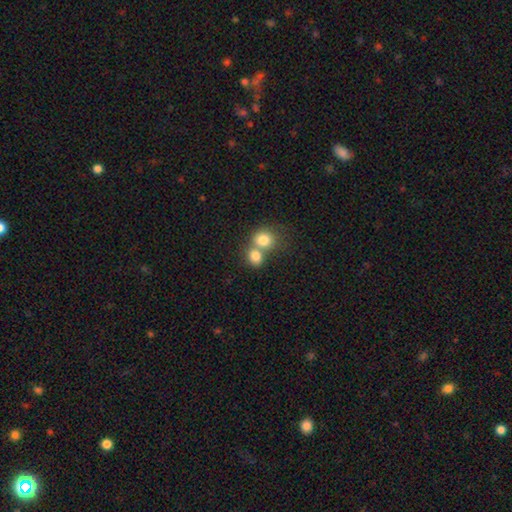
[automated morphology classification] This appears to be a smooth galaxy with no disk features (80%) that is round (71%). Merging: merger (57%).